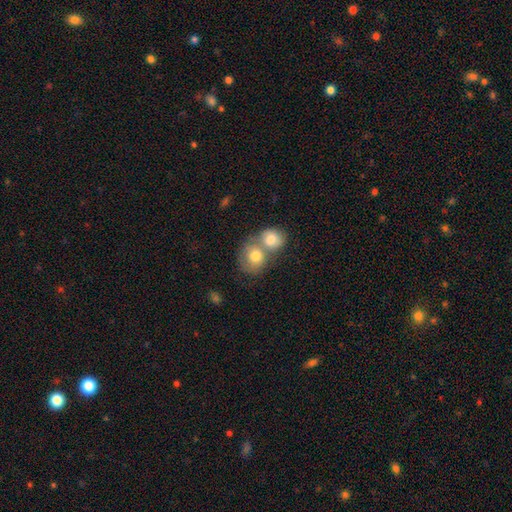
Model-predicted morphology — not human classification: This is likely a smooth galaxy (76%). How rounded: likely round (72%). Merging: likely merger (65%).